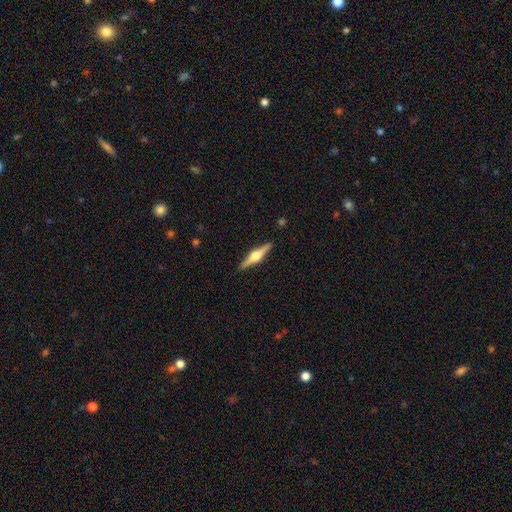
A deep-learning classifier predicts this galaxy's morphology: Smooth or featured? featured or disk (76%)
Edge-on disk? yes (98%)
Edge-on bulge? rounded (94%)
Merging? none (91%)